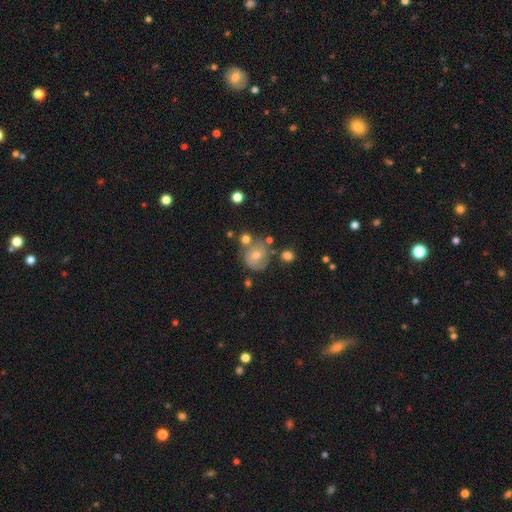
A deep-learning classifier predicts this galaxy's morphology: smooth-or-featured: smooth: 57% | featured or disk: 31% | star or artifact: 12%
  how-rounded: round: 82% | in between: 17% | cigar-shaped: 1%
  merging: none: 60% | minor disturbance: 18% | merger: 14% | major disturbance: 7%